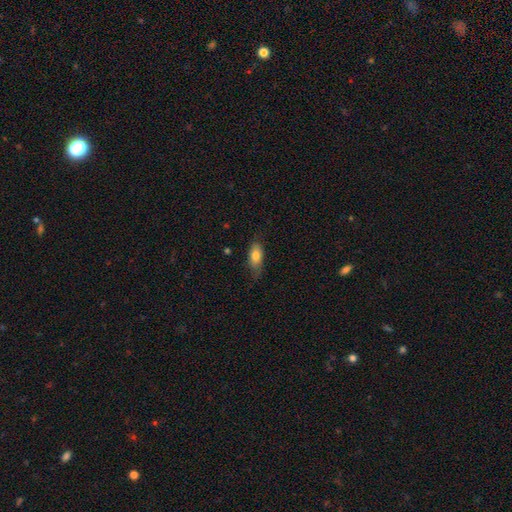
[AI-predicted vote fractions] A smooth galaxy with no disk features (76%) that is in between round and cigar-shaped (84%).

Vote fractions:
- Smooth or featured? smooth: 76% / featured or disk: 17% / star or artifact: 7%
- How rounded? in between: 84% / cigar-shaped: 12% / round: 4%
- Merging? none: 66% / minor disturbance: 26% / major disturbance: 7% / merger: 1%